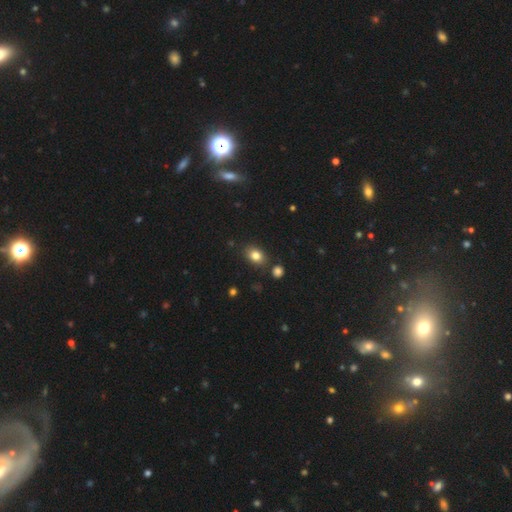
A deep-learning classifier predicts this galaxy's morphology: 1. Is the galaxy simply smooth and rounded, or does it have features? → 81% smooth, 11% star or artifact, 8% featured or disk.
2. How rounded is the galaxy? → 71% in between, 28% round, 1% cigar-shaped.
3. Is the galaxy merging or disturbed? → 81% none, 11% minor disturbance, 5% merger, 3% major disturbance.